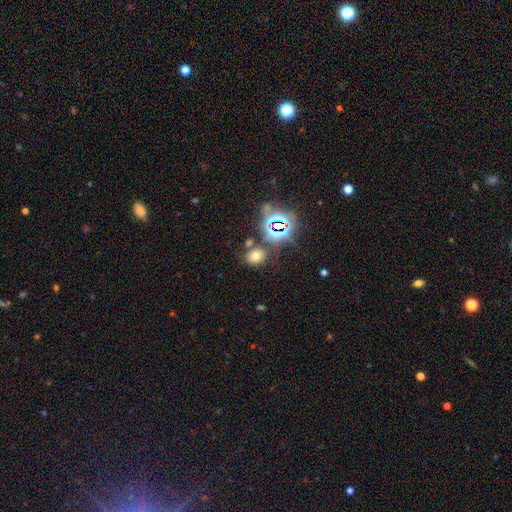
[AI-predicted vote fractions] Smooth or featured: smooth — 59% (star or artifact — 31%)
How rounded: round — 58% (in between — 41%)
Merging: none — 74% (minor disturbance — 12%)